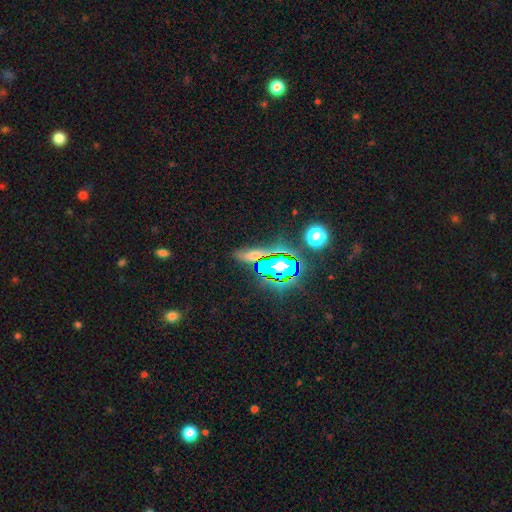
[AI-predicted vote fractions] A star or artifact, not a galaxy (50%).